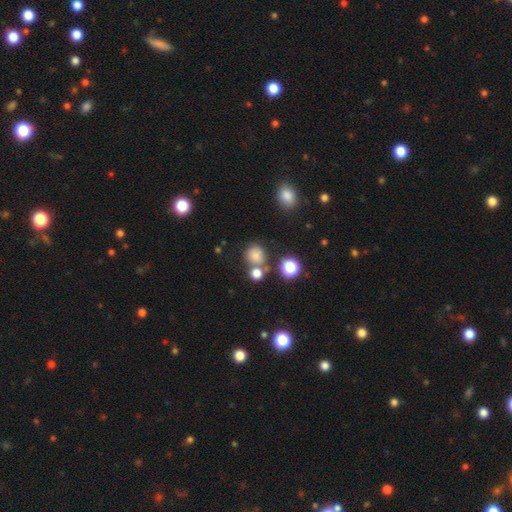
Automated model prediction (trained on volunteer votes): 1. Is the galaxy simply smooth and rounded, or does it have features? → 73% smooth, 18% star or artifact, 9% featured or disk.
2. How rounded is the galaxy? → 82% round, 17% in between, 1% cigar-shaped.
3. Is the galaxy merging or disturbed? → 63% none, 21% merger, 11% minor disturbance, 4% major disturbance.